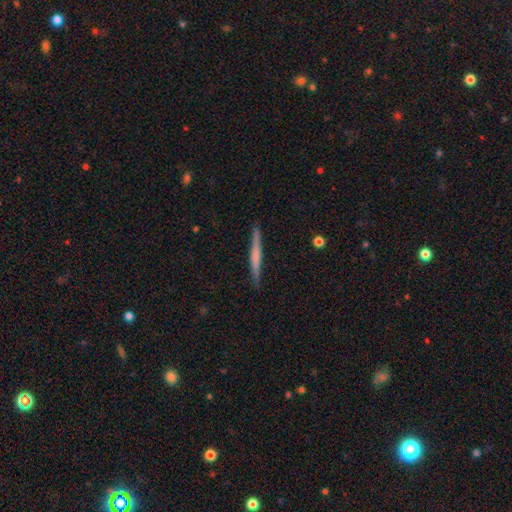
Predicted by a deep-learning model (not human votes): Smooth or featured: featured or disk — 49% (smooth — 46%)
Merging: none — 90% (minor disturbance — 7%)